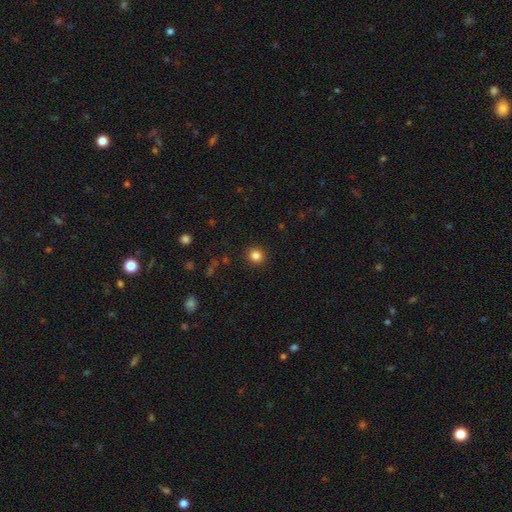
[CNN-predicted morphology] Smooth or featured? smooth (83%)
How rounded? round (91%)
Merging? none (92%)